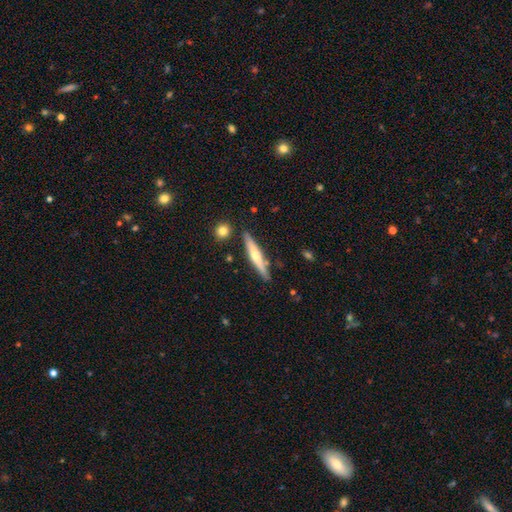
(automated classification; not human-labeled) featured or disk 56%, smooth 38%, star or artifact 6%. Down the decision tree: edge-on disk — yes (94%); edge-on bulge — rounded (84%); merging — none (83%).